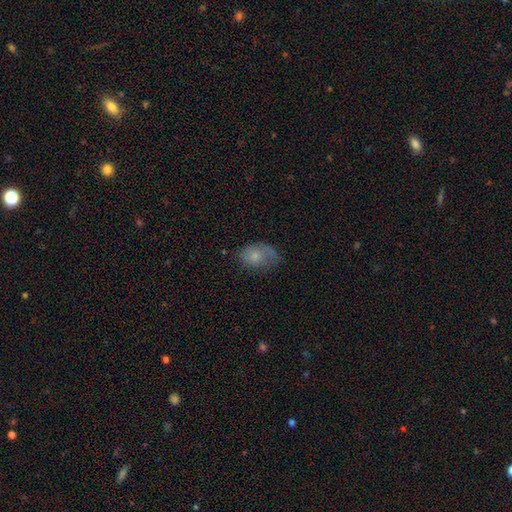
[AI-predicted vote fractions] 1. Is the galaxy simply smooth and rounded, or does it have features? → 71% smooth, 20% featured or disk, 9% star or artifact.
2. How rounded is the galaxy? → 85% in between, 13% round, 2% cigar-shaped.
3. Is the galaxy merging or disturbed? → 51% none, 32% minor disturbance, 16% major disturbance, 2% merger.